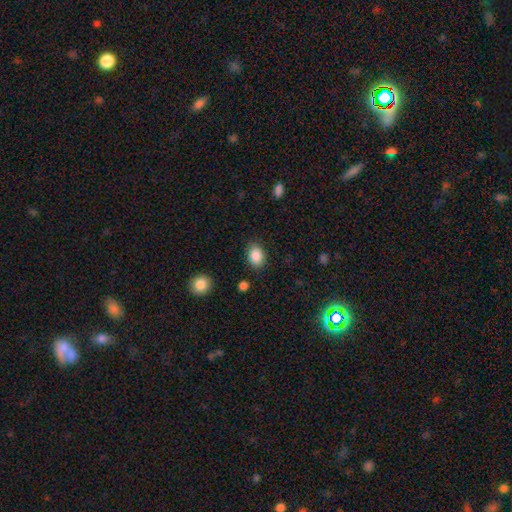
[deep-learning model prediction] smooth 88%, star or artifact 8%, featured or disk 4%. Down the decision tree: how rounded — in between (77%); merging — none (83%).